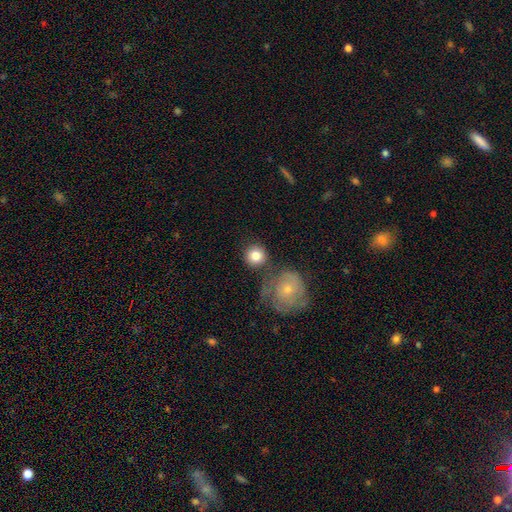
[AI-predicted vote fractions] Morphology: type=smooth (81%); roundness=round (93%); merging=none (74%).